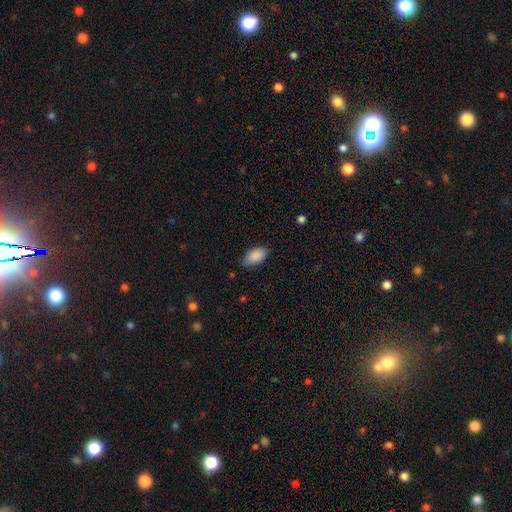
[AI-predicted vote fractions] Morphology: type=smooth (88%); roundness=in between (93%); merging=none (72%).